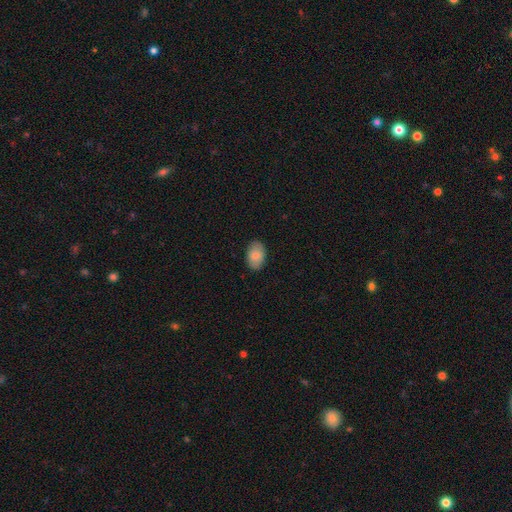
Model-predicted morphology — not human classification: A smooth galaxy with no disk features (81%) that is in between round and cigar-shaped (89%). Merging: none (87%).